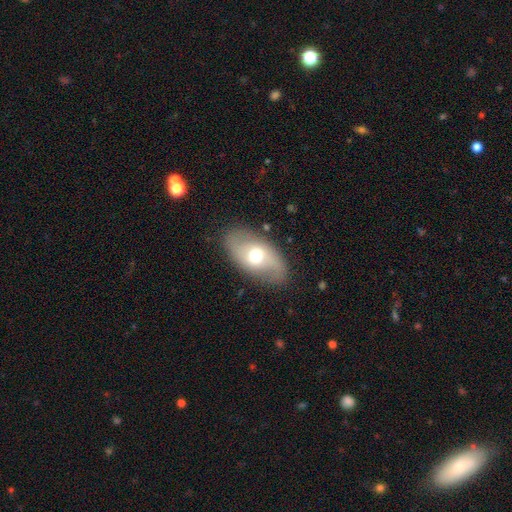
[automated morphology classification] A featured or disk galaxy (51%).

Vote fractions:
- Smooth or featured? featured or disk: 51% / smooth: 42% / star or artifact: 7%
- Edge-on disk? no: 90% / yes: 10%
- Merging? none: 82% / minor disturbance: 12% / major disturbance: 4% / merger: 1%